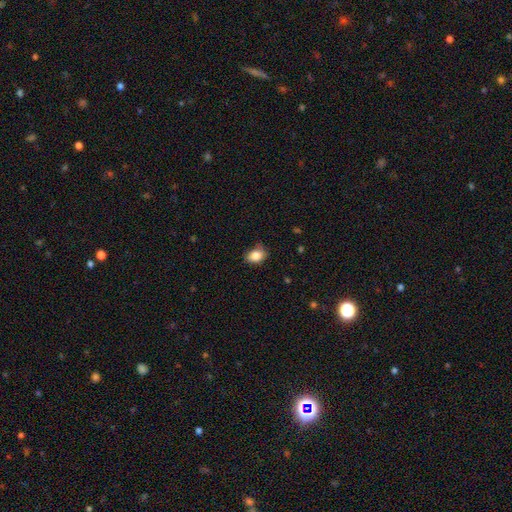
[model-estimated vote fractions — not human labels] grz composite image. It shows a smooth galaxy with no disk features (85%) that is in between round and cigar-shaped (71%). Merging: none (70%).